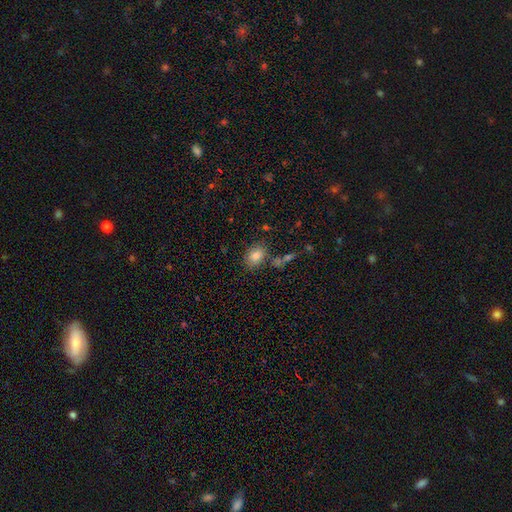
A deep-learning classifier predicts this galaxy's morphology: Overall: smooth (83%). How rounded: in between (74%). Merging: none (76%).